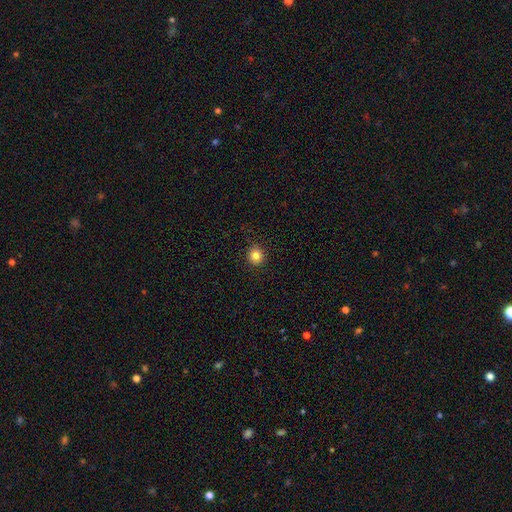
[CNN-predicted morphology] A smooth galaxy with no disk features (84%) that is round (92%).

Vote fractions:
- Smooth or featured? smooth: 84% / star or artifact: 11% / featured or disk: 5%
- How rounded? round: 92% / in between: 8% / cigar-shaped: 1%
- Merging? none: 91% / minor disturbance: 6% / major disturbance: 2% / merger: 1%